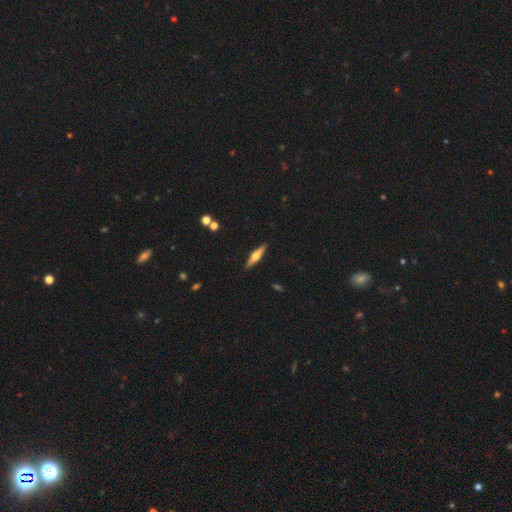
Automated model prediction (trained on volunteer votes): This appears to be a featured or disk galaxy (65%) viewed edge-on (96%) with a rounded central bulge (94%). Merging: none (90%).